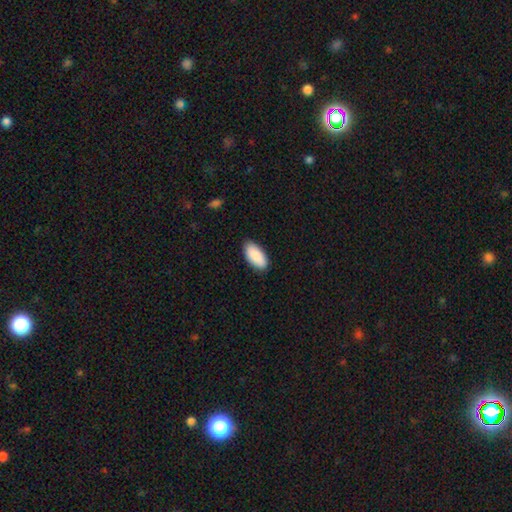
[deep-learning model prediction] Overall: smooth (89%). How rounded: in between (93%). Merging: none (86%).